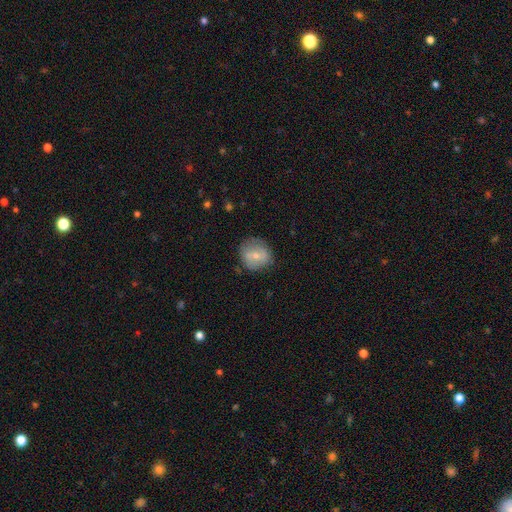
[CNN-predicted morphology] smooth 60%, featured or disk 32%, star or artifact 8%. Down the decision tree: how rounded — round (81%); merging — none (69%).